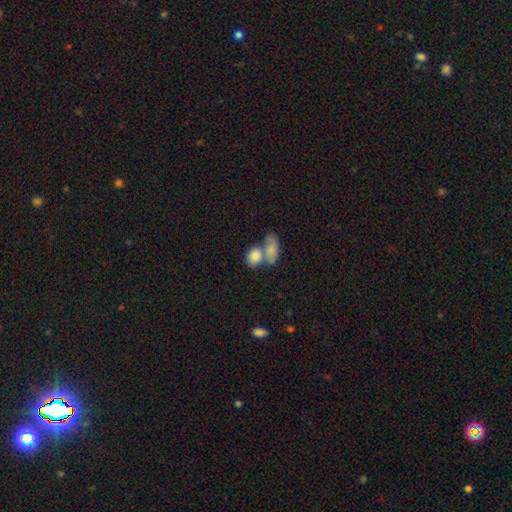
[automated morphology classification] smooth 83%, featured or disk 10%, star or artifact 7%. Down the decision tree: how rounded — in between (69%); merging — merger (59%).